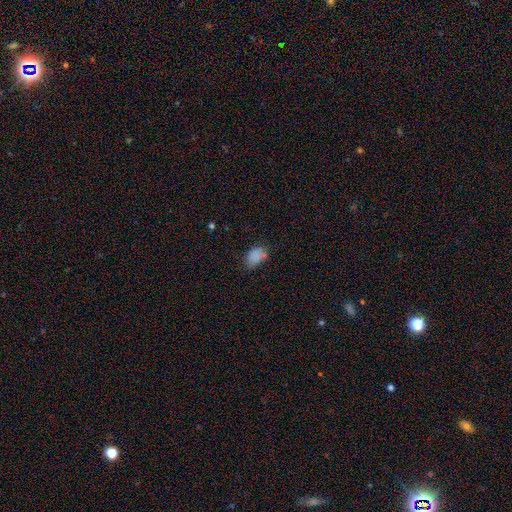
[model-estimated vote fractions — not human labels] This appears to be a smooth galaxy with no disk features (81%) that is in between round and cigar-shaped (78%). Merging: none (55%).